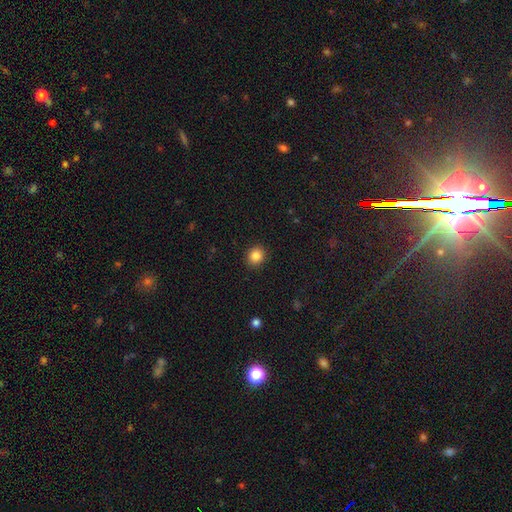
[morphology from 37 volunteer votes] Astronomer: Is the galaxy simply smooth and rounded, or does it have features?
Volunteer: smooth — 95%.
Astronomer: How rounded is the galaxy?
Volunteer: round — 74%.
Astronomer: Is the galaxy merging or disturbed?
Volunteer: none — 86%.